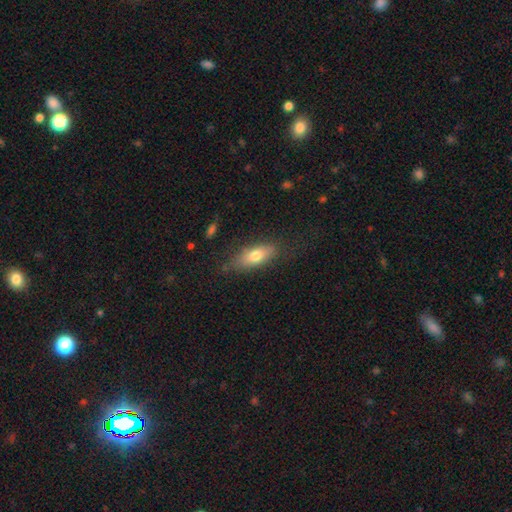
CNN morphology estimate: smooth-or-featured: smooth: 73% | featured or disk: 21% | star or artifact: 7%
  how-rounded: in between: 76% | cigar-shaped: 20% | round: 4%
  merging: none: 73% | minor disturbance: 19% | major disturbance: 6% | merger: 2%